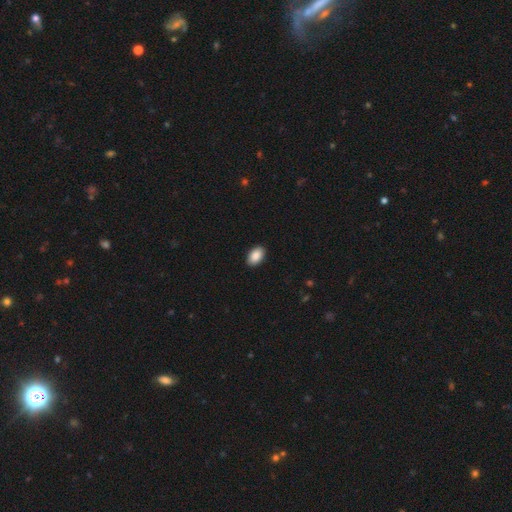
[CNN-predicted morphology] The model was most divided on "smooth or featured": smooth: 90%, star or artifact: 7%, featured or disk: 3%. More confident: how rounded — in between (91%); merging — none (91%).